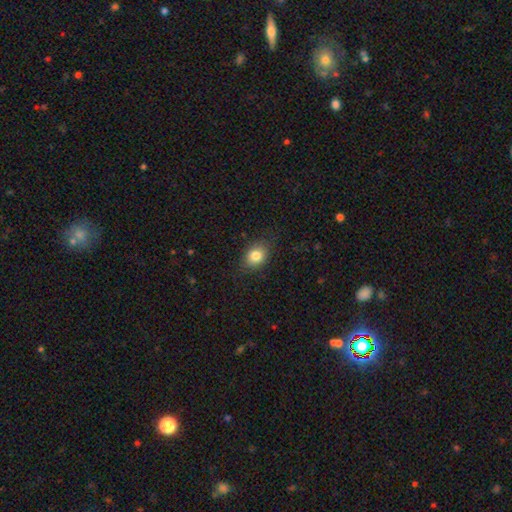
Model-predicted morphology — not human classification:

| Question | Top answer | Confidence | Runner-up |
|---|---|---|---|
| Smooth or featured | smooth | 82% | star or artifact (9%) |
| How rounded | in between | 58% | round (41%) |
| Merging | none | 81% | minor disturbance (14%) |